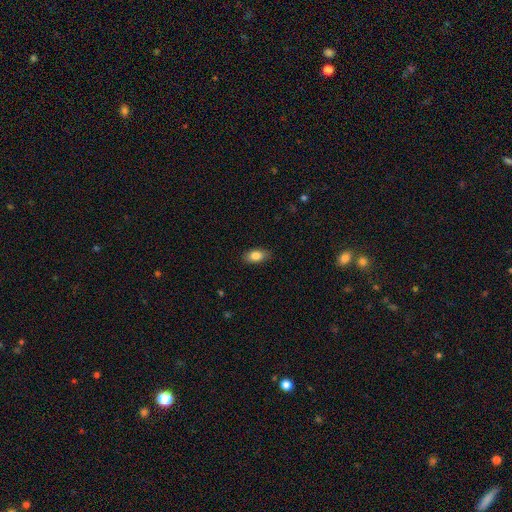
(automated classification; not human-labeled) Morphology: type=smooth (84%); roundness=in between (90%); merging=none (85%).